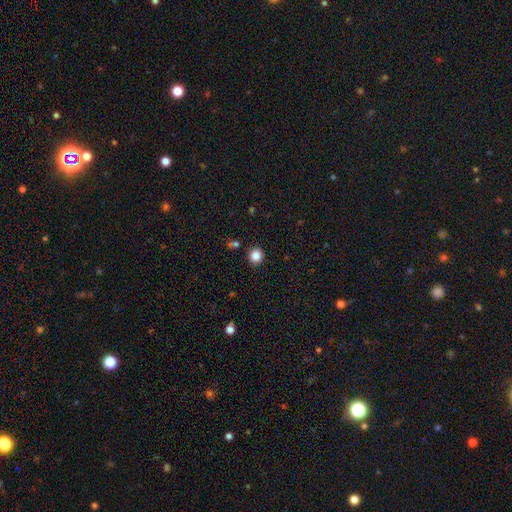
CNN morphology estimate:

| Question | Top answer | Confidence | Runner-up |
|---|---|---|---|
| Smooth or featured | smooth | 85% | star or artifact (11%) |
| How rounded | round | 89% | in between (10%) |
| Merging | none | 88% | minor disturbance (6%) |